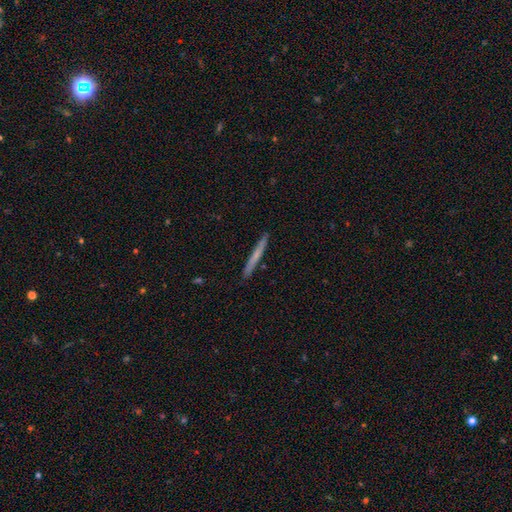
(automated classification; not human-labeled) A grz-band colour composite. It shows a smooth galaxy with no disk features (56%) that is cigar-shaped (97%). Merging: none (91%).